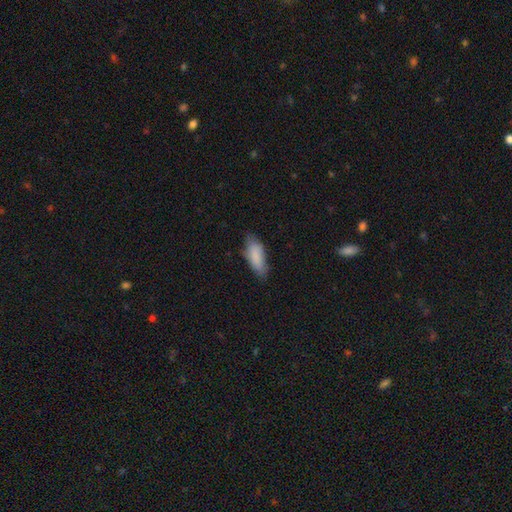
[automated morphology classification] smooth 85%, featured or disk 9%, star or artifact 6%. Down the decision tree: how rounded — in between (76%); merging — none (67%).